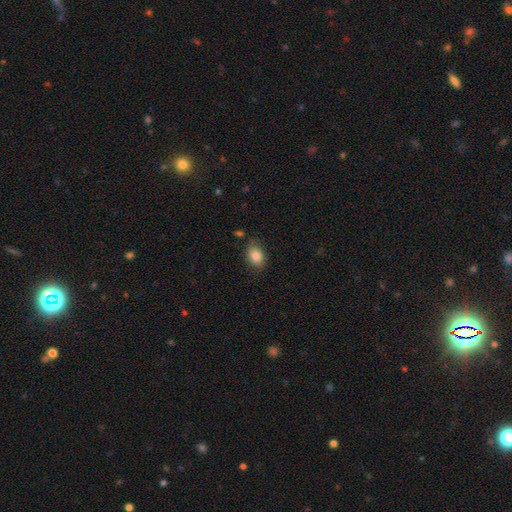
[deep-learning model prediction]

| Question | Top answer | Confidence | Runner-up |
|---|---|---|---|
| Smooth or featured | smooth | 85% | star or artifact (8%) |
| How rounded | in between | 74% | round (25%) |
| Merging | none | 67% | minor disturbance (25%) |